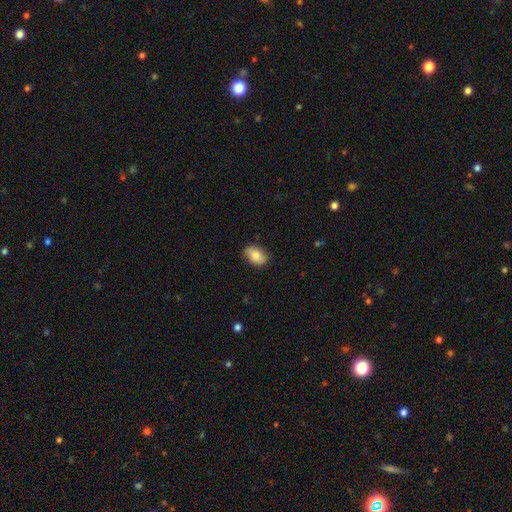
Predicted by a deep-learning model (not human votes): smooth 81%, featured or disk 12%, star or artifact 7%. Down the decision tree: how rounded — in between (87%); merging — none (81%).